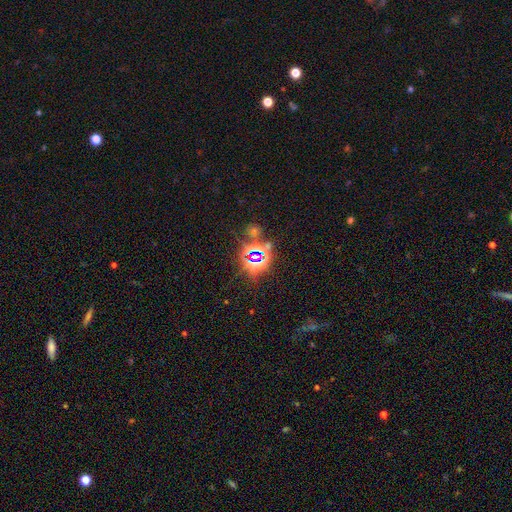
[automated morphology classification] Smooth or featured?
  - star or artifact: 77% *
  - smooth: 14%
  - featured or disk: 9%